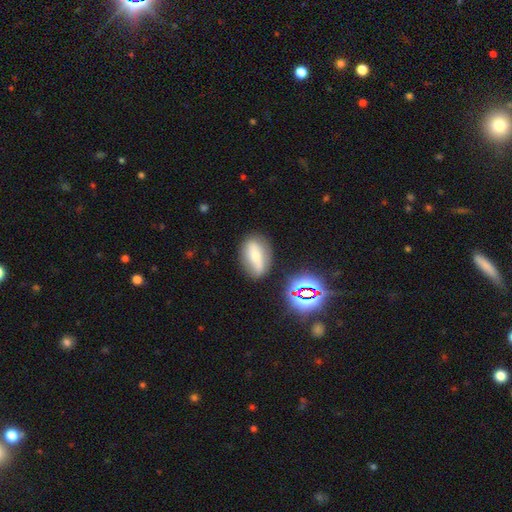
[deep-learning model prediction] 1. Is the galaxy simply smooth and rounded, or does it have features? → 48% smooth, 39% featured or disk, 13% star or artifact.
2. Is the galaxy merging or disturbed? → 76% none, 15% minor disturbance, 5% major disturbance, 4% merger.